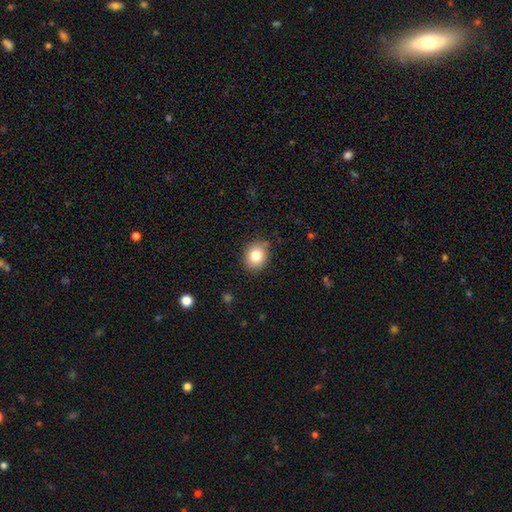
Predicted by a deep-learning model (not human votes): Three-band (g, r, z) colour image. It shows a smooth galaxy with no disk features (81%) that is round (56%). Merging: none (84%).